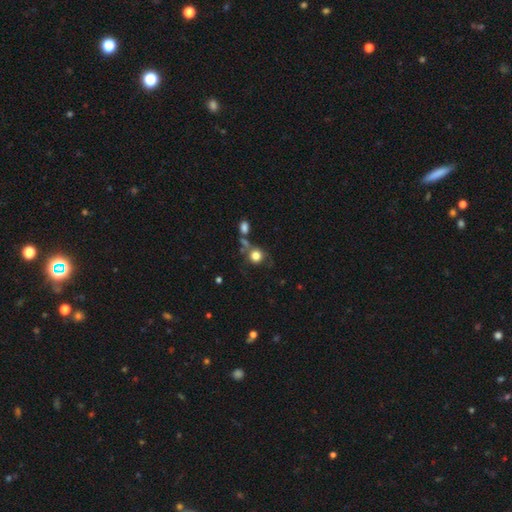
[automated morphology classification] smooth 79%, star or artifact 11%, featured or disk 10%. Down the decision tree: how rounded — round (87%); merging — none (56%).